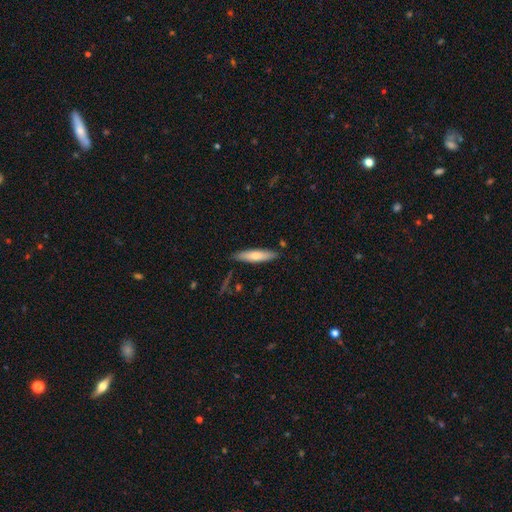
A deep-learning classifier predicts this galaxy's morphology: This is likely a smooth galaxy (69%). How rounded: likely cigar-shaped (78%). Merging: clearly none (86%).